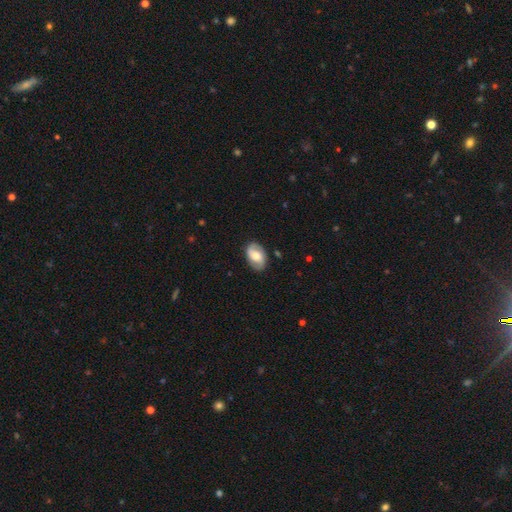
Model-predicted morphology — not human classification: Smooth or featured? Predicted: featured or disk (p=0.55). Edge-on disk? Predicted: no (p=0.95). Bar? Predicted: no (p=0.53). Spiral arms? Predicted: yes (p=0.79). Bulge size? Predicted: moderate (p=0.67). Merging? Predicted: none (p=0.82).